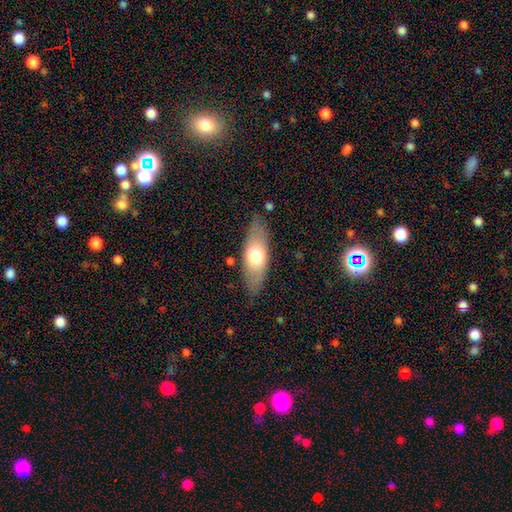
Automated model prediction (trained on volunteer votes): smooth_or_featured: smooth (p=0.62) [alt: featured or disk p=0.32]
how_rounded: in between (p=0.68) [alt: cigar-shaped p=0.29]
merging: none (p=0.81) [alt: minor disturbance p=0.13]